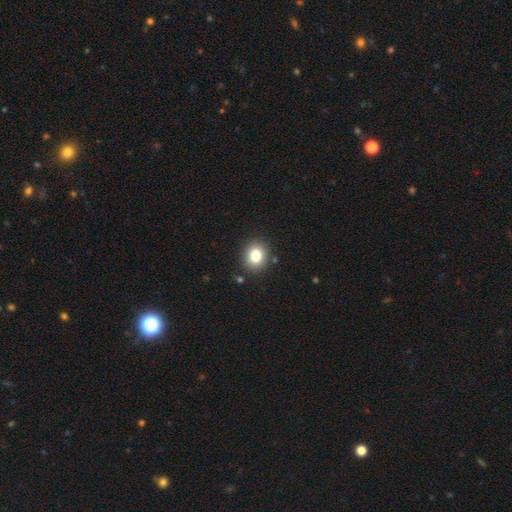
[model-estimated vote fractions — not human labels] Smooth or featured: smooth — 80% (star or artifact — 11%)
How rounded: round — 69% (in between — 30%)
Merging: none — 87% (minor disturbance — 8%)